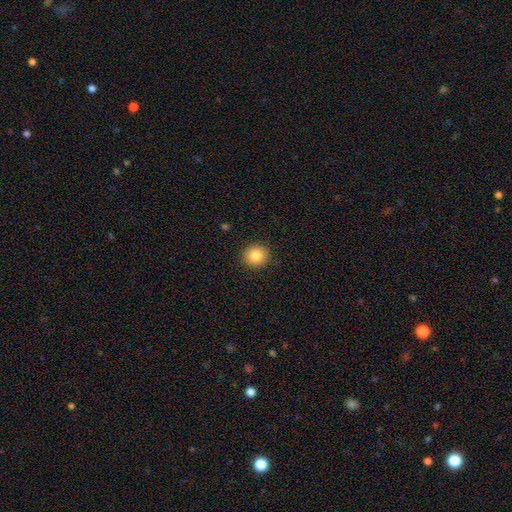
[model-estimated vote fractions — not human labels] Smooth or featured? smooth (82%)
How rounded? round (89%)
Merging? none (92%)